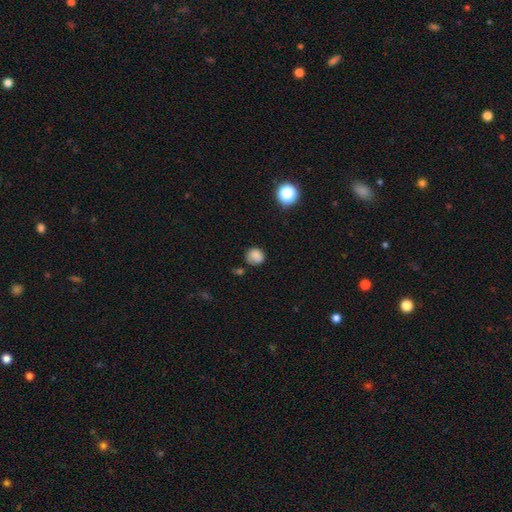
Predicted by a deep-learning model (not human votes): smooth_or_featured: smooth (p=0.83) [alt: star or artifact p=0.12]
how_rounded: round (p=0.83) [alt: in between p=0.16]
merging: none (p=0.71) [alt: minor disturbance p=0.20]